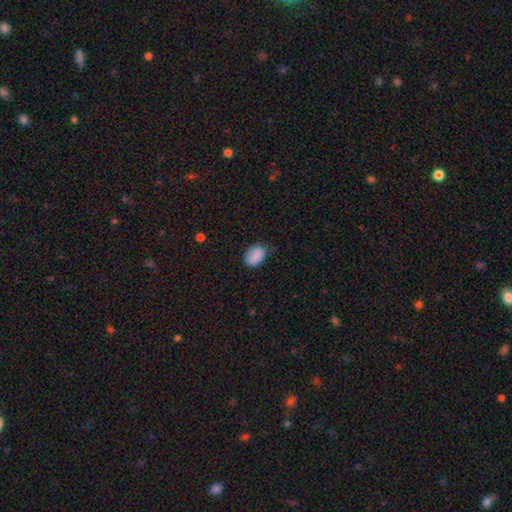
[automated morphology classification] type=smooth (86%); roundness=in between (80%); merging=none (68%).